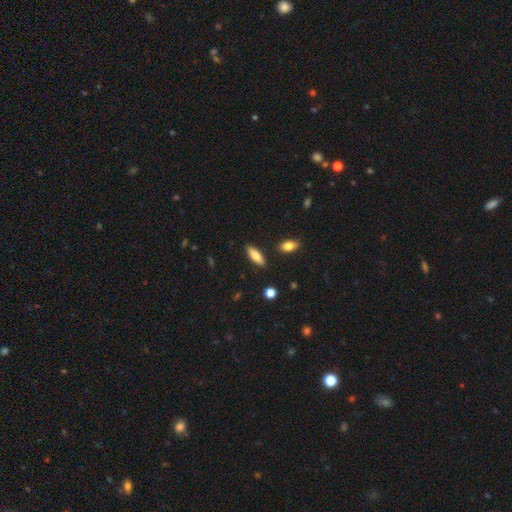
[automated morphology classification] Smooth or featured: smooth — 77% (featured or disk — 17%)
How rounded: in between — 54% (cigar-shaped — 44%)
Merging: none — 87% (minor disturbance — 9%)